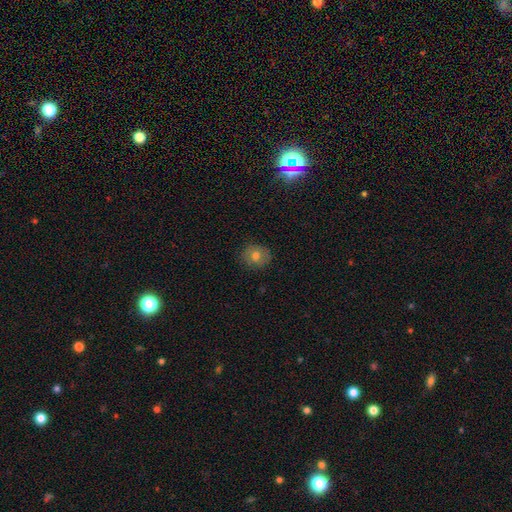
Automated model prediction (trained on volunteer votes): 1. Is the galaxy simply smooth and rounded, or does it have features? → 71% smooth, 16% featured or disk, 13% star or artifact.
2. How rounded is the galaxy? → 75% round, 24% in between, 1% cigar-shaped.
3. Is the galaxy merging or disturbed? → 86% none, 11% minor disturbance, 2% major disturbance, 1% merger.